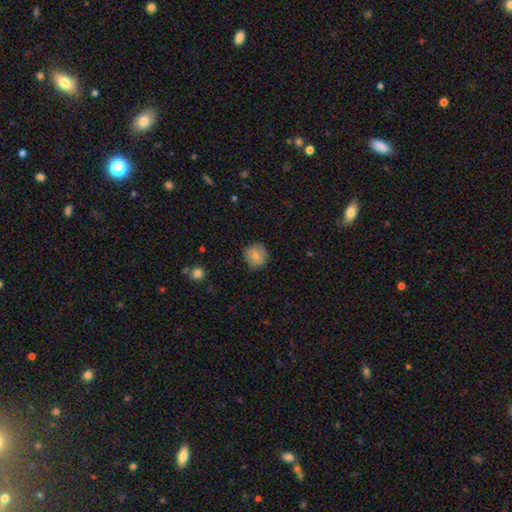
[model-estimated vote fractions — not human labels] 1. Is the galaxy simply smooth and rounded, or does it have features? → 75% smooth, 17% featured or disk, 8% star or artifact.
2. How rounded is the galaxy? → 89% round, 10% in between, 1% cigar-shaped.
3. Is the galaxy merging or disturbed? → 84% none, 12% minor disturbance, 3% major disturbance, 1% merger.